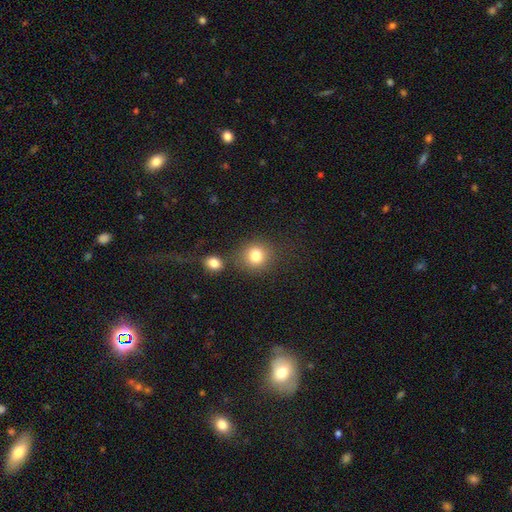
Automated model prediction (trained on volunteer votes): This is clearly a smooth galaxy (81%). How rounded: clearly round (84%). Merging: likely none (74%).